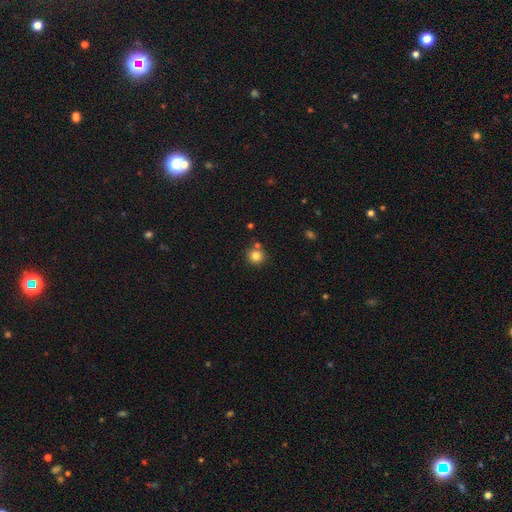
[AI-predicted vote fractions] Smooth or featured? smooth (82%)
How rounded? round (93%)
Merging? none (77%)